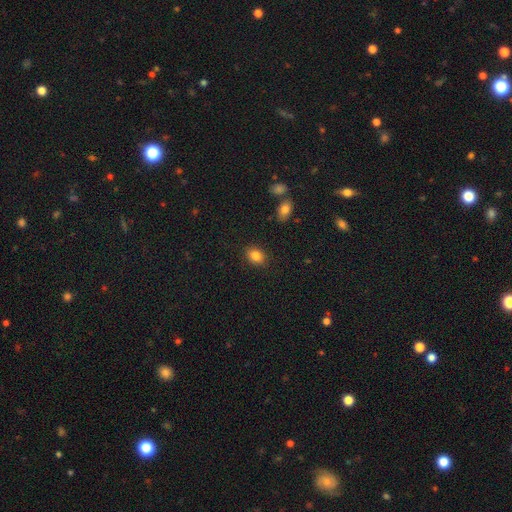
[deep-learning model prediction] The model was most divided on "how rounded": in between: 64%, round: 35%, cigar-shaped: 1%. More confident: merging — none (88%); smooth or featured — smooth (84%).